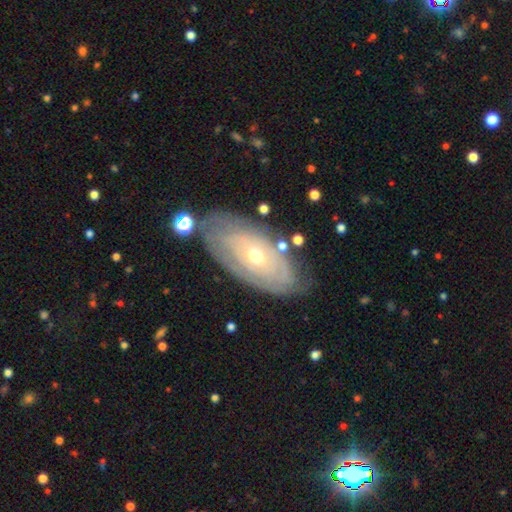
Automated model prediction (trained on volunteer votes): This appears to be a featured or disk galaxy (76%) with no bar (78%), spiral arms (70%) and a moderate central bulge (53%). Merging: none (75%).